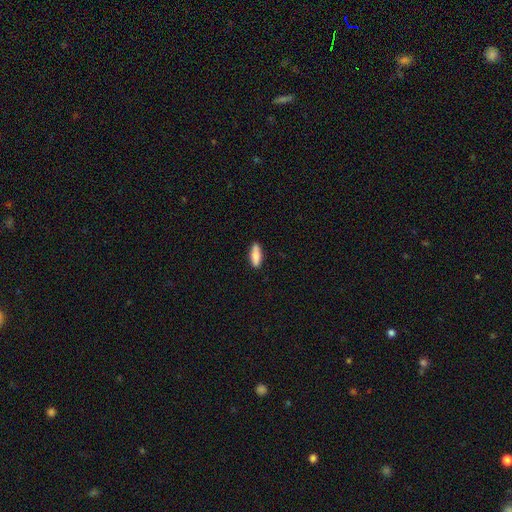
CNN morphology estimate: smooth 86%, featured or disk 8%, star or artifact 6%. Down the decision tree: how rounded — in between (62%); merging — none (84%).